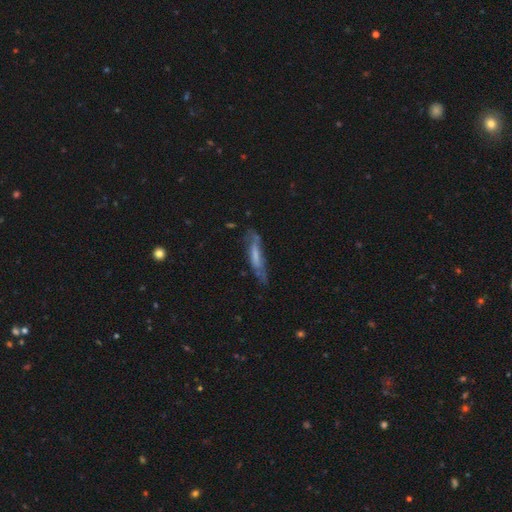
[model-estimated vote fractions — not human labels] Smooth or featured?
  - featured or disk: 51% *
  - smooth: 40%
  - star or artifact: 8%
Edge-on disk?
  - yes: 51% *
  - no: 49%
Merging?
  - none: 56% *
  - minor disturbance: 26%
  - major disturbance: 14%
  - merger: 3%